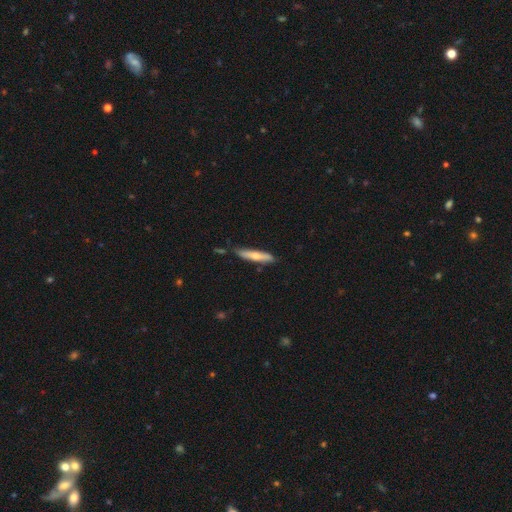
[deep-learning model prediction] Q: Smooth or featured?
A: smooth (59%); runner-up: featured or disk (35%)
Q: How rounded?
A: cigar-shaped (88%); runner-up: in between (11%)
Q: Merging?
A: none (79%); runner-up: minor disturbance (15%)